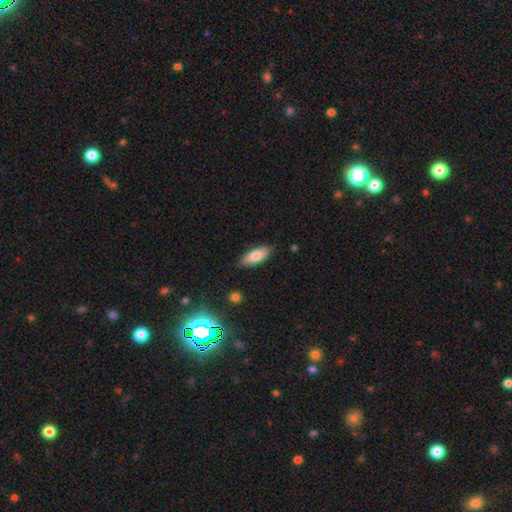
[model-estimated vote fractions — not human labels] Overall: smooth (81%). How rounded: in between (70%). Merging: none (86%).